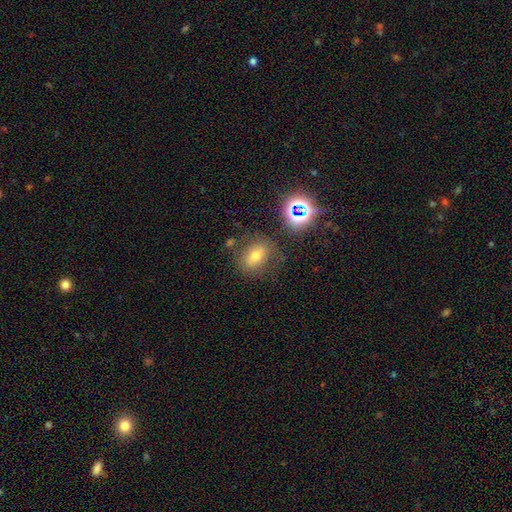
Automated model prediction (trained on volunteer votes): Overall: smooth (61%; star or artifact 22%). How rounded: in between (64%; round 33%). Merging: none (72%).